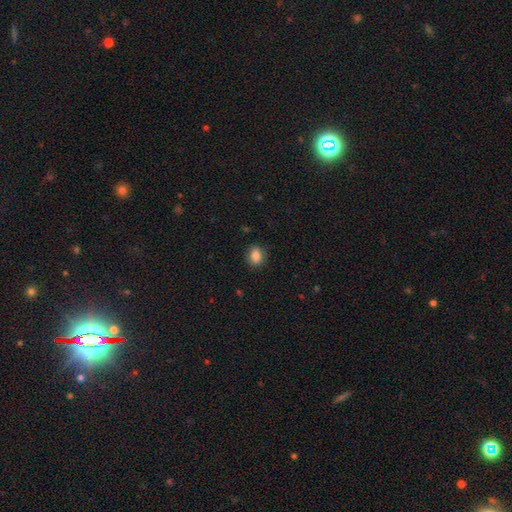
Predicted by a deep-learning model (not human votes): The model was most divided on "how rounded": round: 57%, in between: 42%, cigar-shaped: 1%. More confident: merging — none (86%); smooth or featured — smooth (85%).